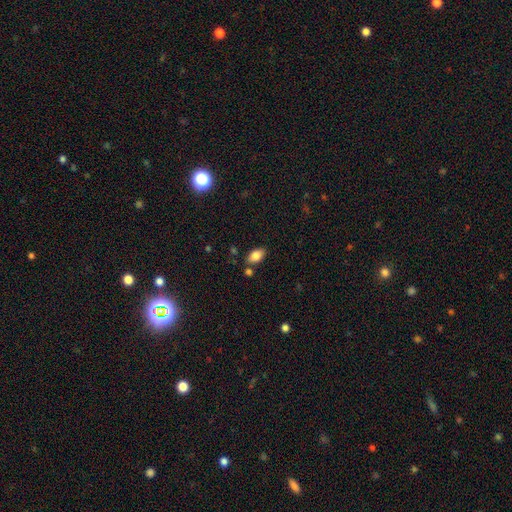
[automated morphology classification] smooth 82%, featured or disk 10%, star or artifact 8%. Down the decision tree: how rounded — in between (91%); merging — none (79%).